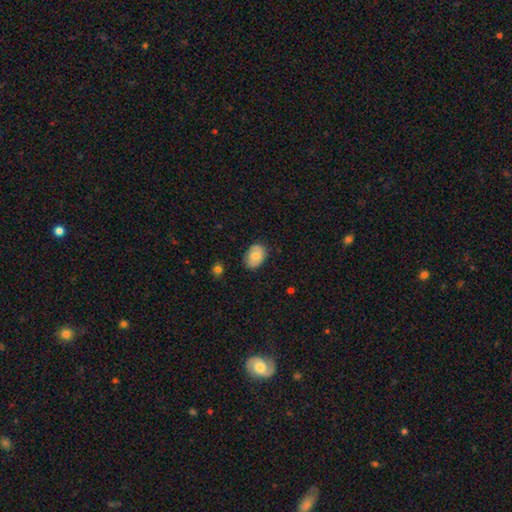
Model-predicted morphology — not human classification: Smooth or featured: smooth — 71% (featured or disk — 21%)
How rounded: in between — 76% (round — 23%)
Merging: none — 77% (minor disturbance — 18%)